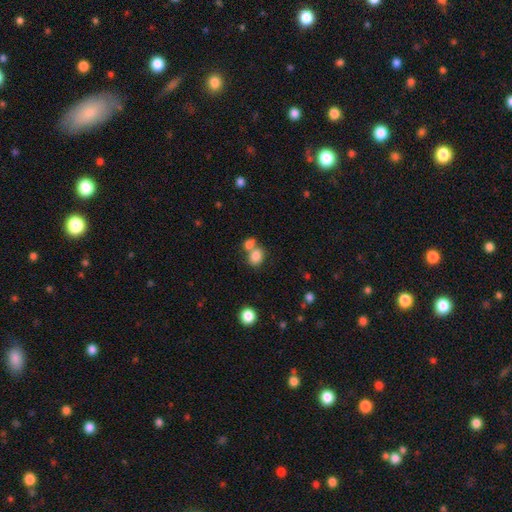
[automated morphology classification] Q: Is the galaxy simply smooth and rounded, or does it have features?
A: smooth — 83%.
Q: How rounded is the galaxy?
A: in between — 60%.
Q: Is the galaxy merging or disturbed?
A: none — 43%, tied with merger.